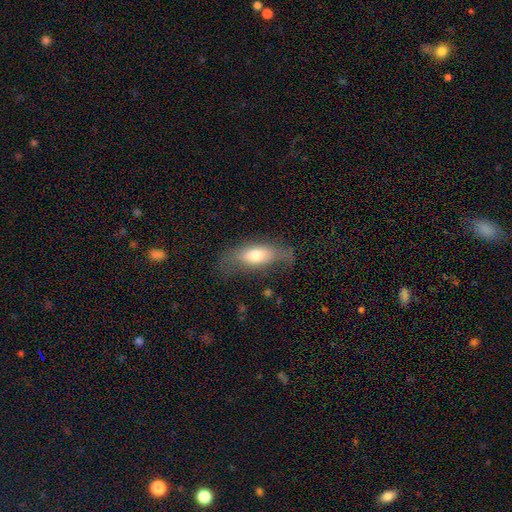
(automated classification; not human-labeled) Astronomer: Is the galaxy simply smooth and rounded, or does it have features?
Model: smooth — 64%.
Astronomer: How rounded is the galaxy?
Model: in between — 75%.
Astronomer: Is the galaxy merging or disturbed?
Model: none — 53%.